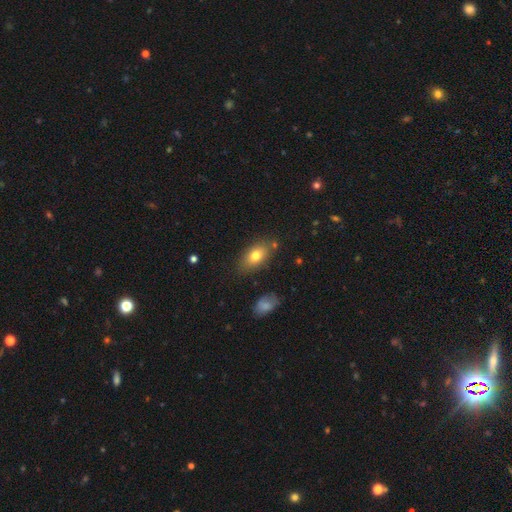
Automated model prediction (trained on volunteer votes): Overall: smooth (75%). How rounded: in between (86%). Merging: none (78%).